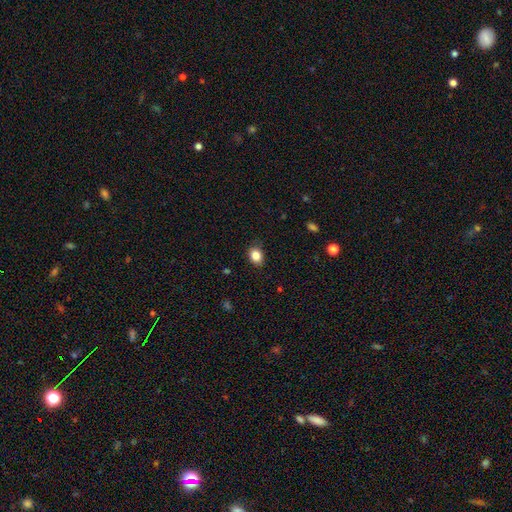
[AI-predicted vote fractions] Smooth or featured?
  - smooth: 85% *
  - star or artifact: 10%
  - featured or disk: 5%
How rounded?
  - in between: 54% *
  - round: 45%
  - cigar-shaped: 1%
Merging?
  - none: 85% *
  - minor disturbance: 11%
  - major disturbance: 2%
  - merger: 1%